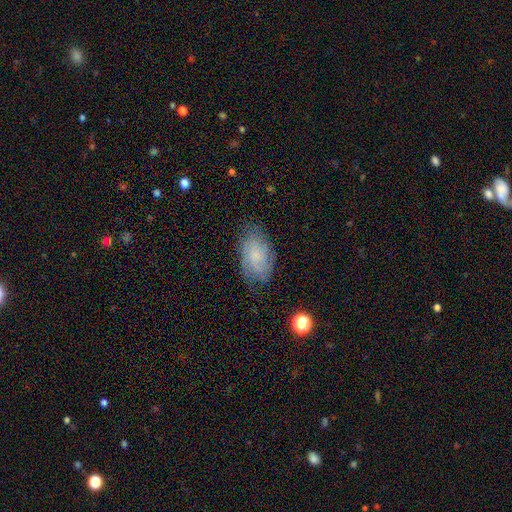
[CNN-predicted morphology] Smooth or featured: featured or disk — 53% (smooth — 36%)
Edge-on disk: no — 95% (yes — 5%)
Bar: no — 74% (weak — 23%)
Spiral arms: yes — 87% (no — 13%)
Bulge size: small — 52% (none — 27%)
Merging: none — 71% (minor disturbance — 20%)